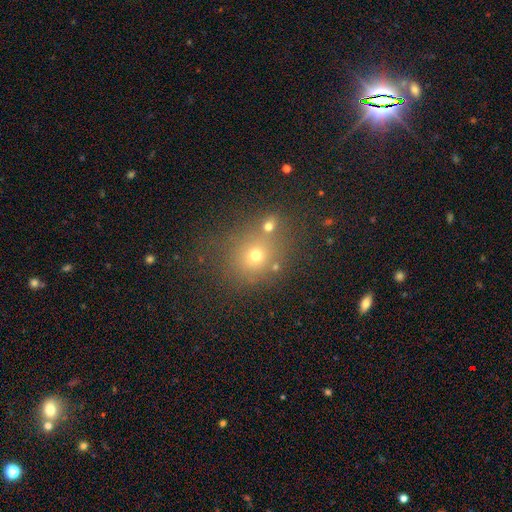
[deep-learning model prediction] smooth 63%, star or artifact 24%, featured or disk 13%. Down the decision tree: how rounded — round (77%); merging — none (65%).